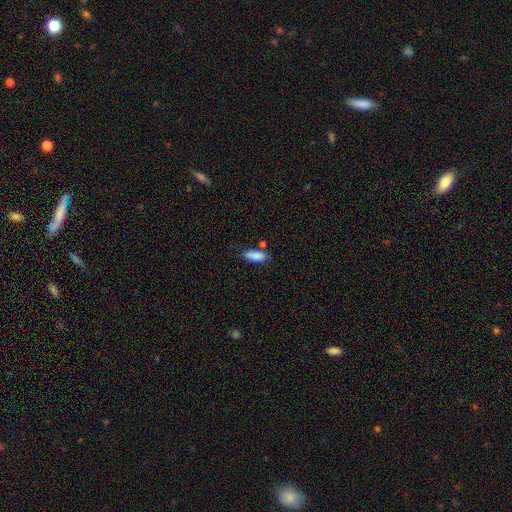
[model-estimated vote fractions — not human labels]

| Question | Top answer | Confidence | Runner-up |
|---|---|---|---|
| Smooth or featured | smooth | 87% | star or artifact (7%) |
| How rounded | in between | 64% | cigar-shaped (34%) |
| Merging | none | 70% | minor disturbance (17%) |